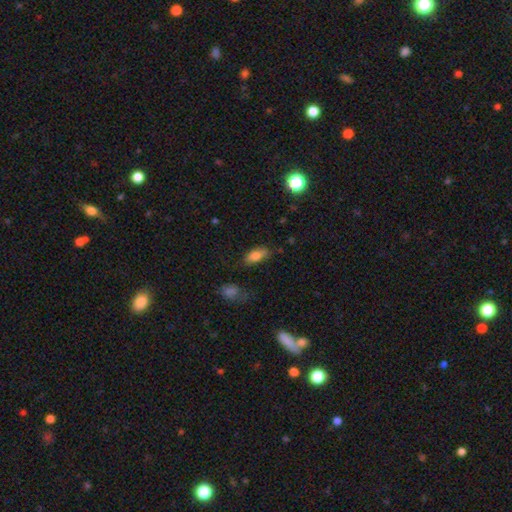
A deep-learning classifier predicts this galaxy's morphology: Overall: smooth (81%). How rounded: in between (86%). Merging: none (73%).